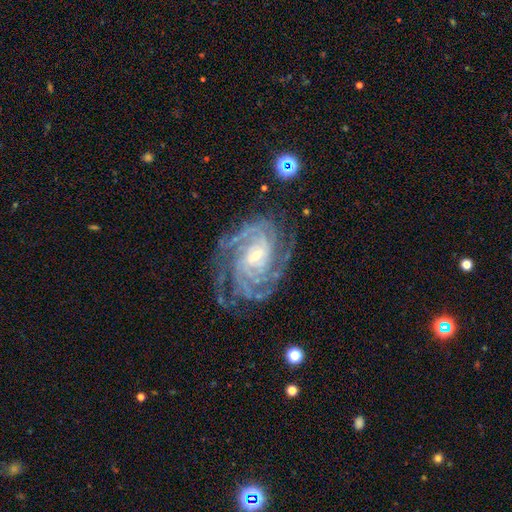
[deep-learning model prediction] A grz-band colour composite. It shows a featured or disk galaxy (91%) with no bar (47%), 4 (27%) tight (70%) spiral arms (98%) and a small central bulge (70%). Merging: none (72%).